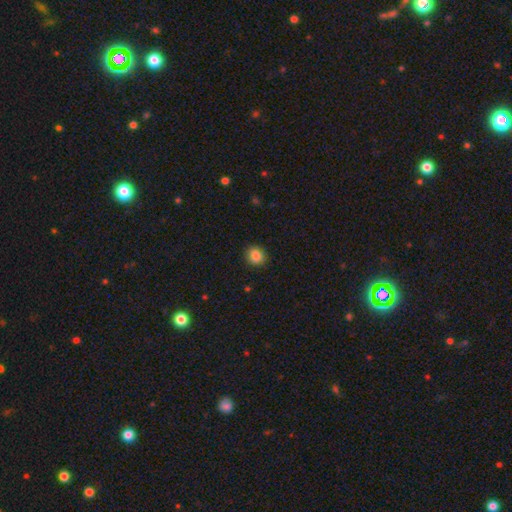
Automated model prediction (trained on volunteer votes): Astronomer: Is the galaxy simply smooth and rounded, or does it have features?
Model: smooth — 86%.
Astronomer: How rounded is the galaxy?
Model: round — 80%.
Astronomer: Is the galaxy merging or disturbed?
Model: none — 89%.